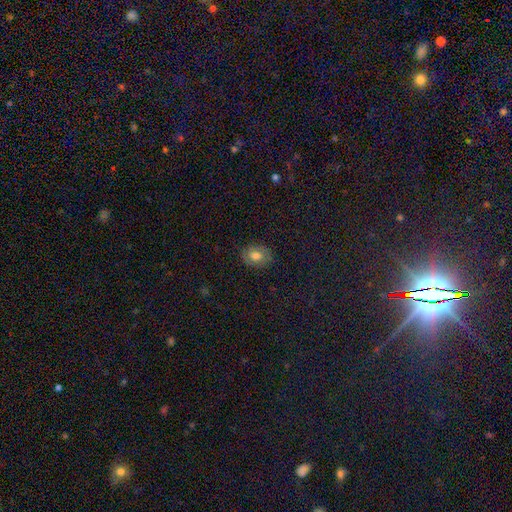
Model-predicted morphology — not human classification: A smooth galaxy with no disk features (67%) that is in between round and cigar-shaped (63%).

Vote fractions:
- Smooth or featured? smooth: 67% / featured or disk: 22% / star or artifact: 11%
- How rounded? in between: 63% / round: 36% / cigar-shaped: 1%
- Merging? none: 84% / minor disturbance: 12% / major disturbance: 3% / merger: 1%